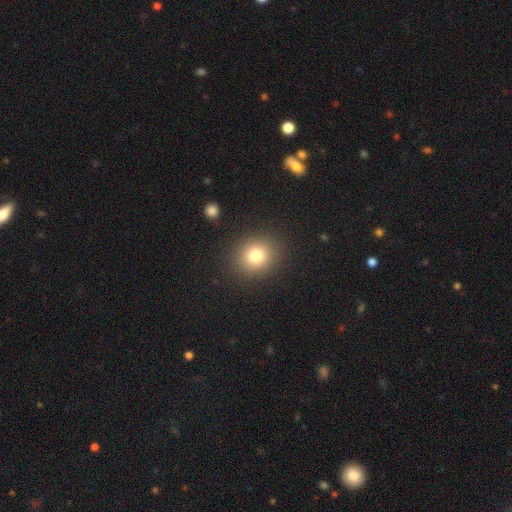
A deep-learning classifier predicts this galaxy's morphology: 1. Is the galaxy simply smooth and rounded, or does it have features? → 79% smooth, 13% star or artifact, 8% featured or disk.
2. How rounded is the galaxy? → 78% round, 21% in between, 1% cigar-shaped.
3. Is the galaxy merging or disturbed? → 89% none, 7% minor disturbance, 3% major disturbance, 2% merger.